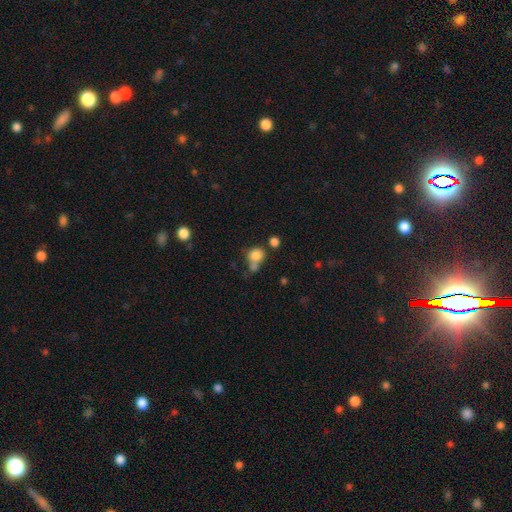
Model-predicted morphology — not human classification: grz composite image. It shows a smooth galaxy with no disk features (81%) that is round (76%). Merging: none (43%).